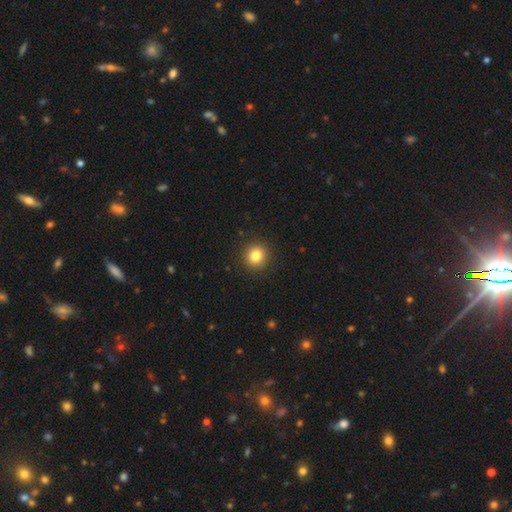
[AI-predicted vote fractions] Overall: smooth (83%). How rounded: round (92%). Merging: none (92%).